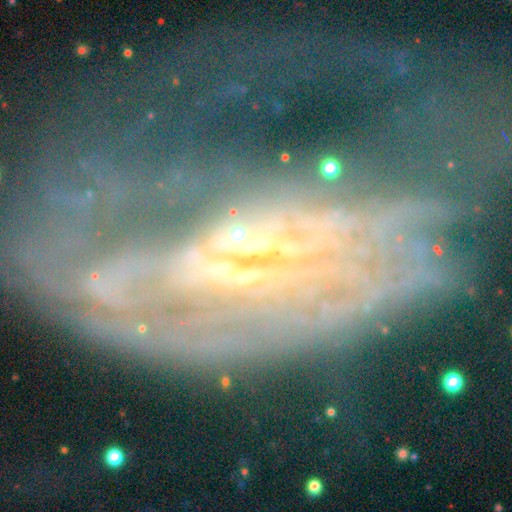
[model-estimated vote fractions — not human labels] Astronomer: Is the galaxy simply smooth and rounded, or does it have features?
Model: featured or disk — 71%.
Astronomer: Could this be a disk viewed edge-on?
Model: no — 91%.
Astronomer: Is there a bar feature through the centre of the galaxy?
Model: no — 56%.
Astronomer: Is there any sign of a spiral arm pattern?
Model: yes — 57% (runner-up: no, 43%).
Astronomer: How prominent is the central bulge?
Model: small — 47% (runner-up: moderate, 34%).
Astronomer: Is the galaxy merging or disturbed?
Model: major disturbance — 63%.